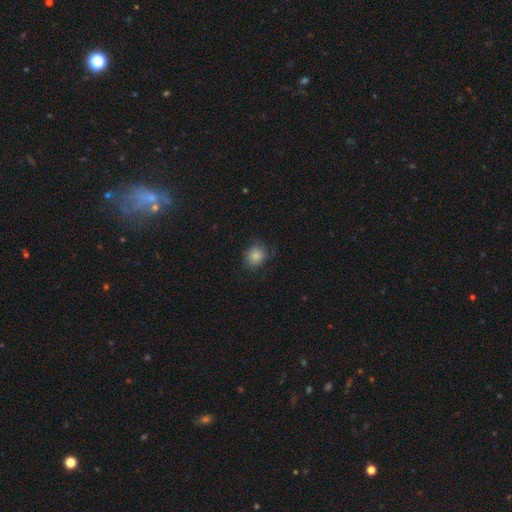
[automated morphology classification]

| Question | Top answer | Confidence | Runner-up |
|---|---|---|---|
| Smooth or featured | smooth | 84% | star or artifact (9%) |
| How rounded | round | 73% | in between (26%) |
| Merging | none | 76% | minor disturbance (18%) |